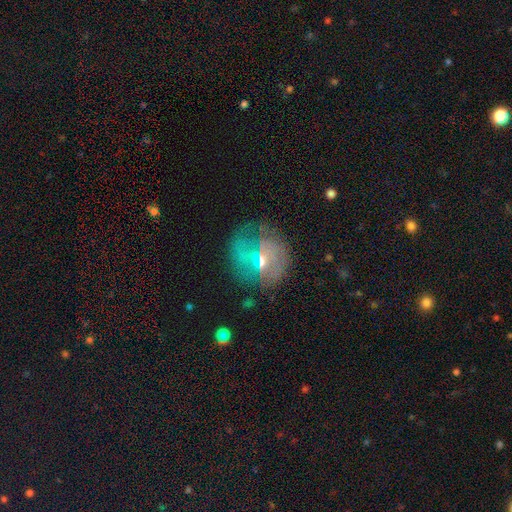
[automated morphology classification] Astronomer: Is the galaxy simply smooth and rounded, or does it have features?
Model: featured or disk — 59%.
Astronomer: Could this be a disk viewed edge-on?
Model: no — 96%.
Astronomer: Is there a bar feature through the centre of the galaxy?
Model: no — 48% (runner-up: weak, 39%).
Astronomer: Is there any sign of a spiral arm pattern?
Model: yes — 56% (runner-up: no, 44%).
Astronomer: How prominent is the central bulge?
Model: small — 52% (runner-up: moderate, 44%).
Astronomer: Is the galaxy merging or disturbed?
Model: none — 50%.